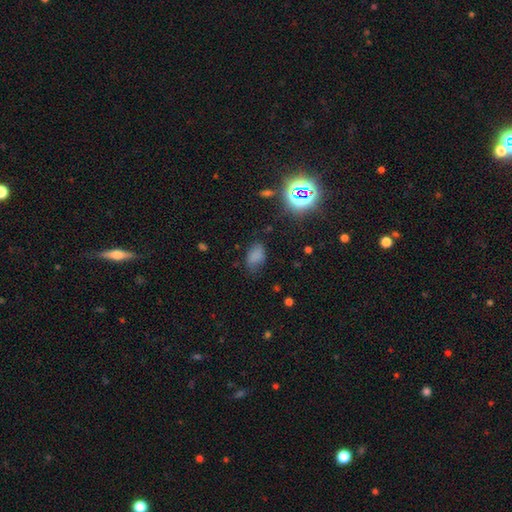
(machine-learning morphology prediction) Overall: smooth (74%). How rounded: in between (87%). Merging: none (64%; minor disturbance 25%).